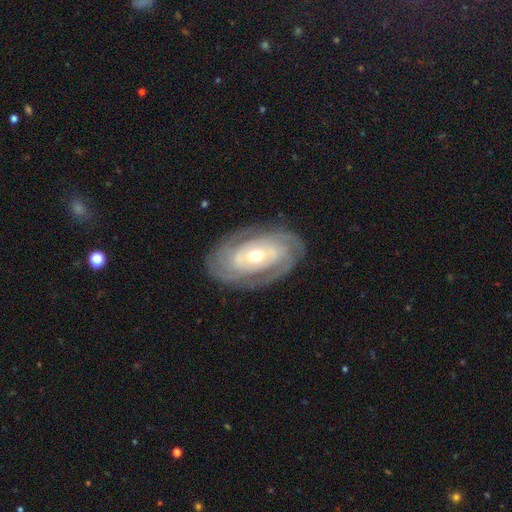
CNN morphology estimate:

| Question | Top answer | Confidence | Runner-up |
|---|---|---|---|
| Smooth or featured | featured or disk | 87% | smooth (8%) |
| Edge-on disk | no | 95% | yes (5%) |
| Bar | no | 60% | weak (27%) |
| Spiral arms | yes | 95% | no (5%) |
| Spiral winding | tight | 75% | medium (20%) |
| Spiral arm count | can't tell | 29% | 2 (25%) |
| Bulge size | moderate | 54% | small (41%) |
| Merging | none | 82% | minor disturbance (13%) |